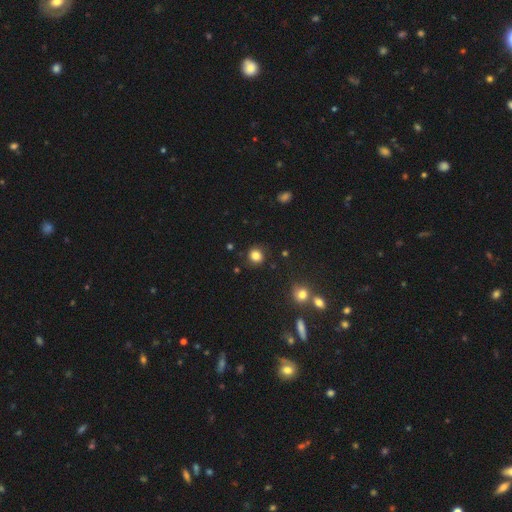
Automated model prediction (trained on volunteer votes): The model was most divided on "smooth or featured": smooth: 83%, star or artifact: 12%, featured or disk: 5%. More confident: merging — none (88%); how rounded — round (86%).